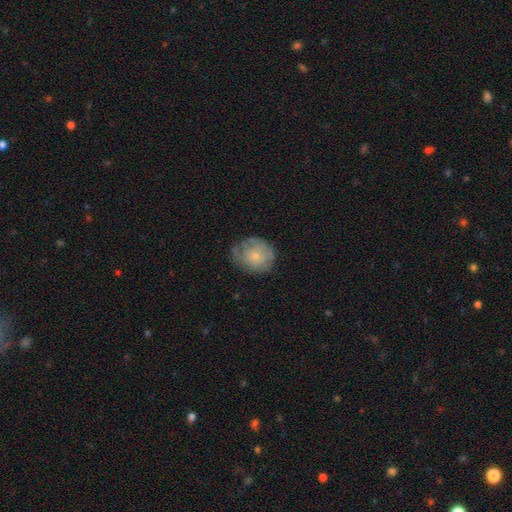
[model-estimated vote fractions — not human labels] Morphology: type=smooth (57%); roundness=round (64%); merging=none (60%).